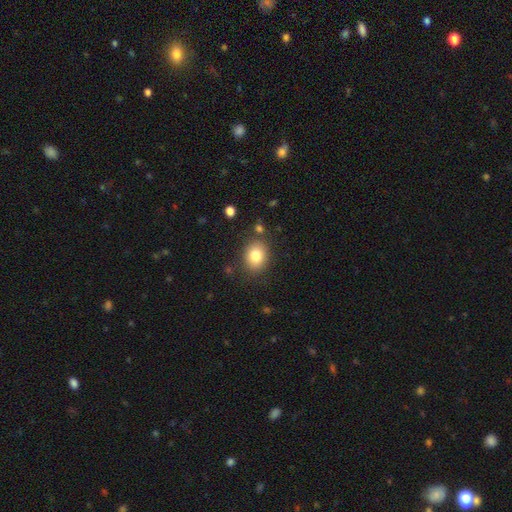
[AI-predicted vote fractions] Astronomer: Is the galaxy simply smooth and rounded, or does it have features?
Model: smooth — 81%.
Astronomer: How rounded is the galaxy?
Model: round — 50% (runner-up: in between, 49%).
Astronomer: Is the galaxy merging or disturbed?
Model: none — 83%.